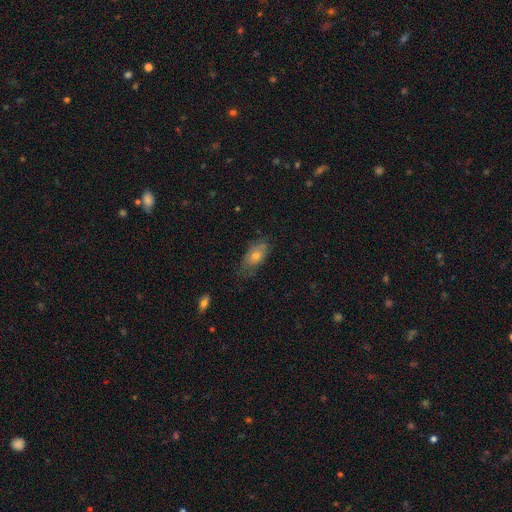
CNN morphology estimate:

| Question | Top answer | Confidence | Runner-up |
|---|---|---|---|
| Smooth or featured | smooth | 56% | featured or disk (33%) |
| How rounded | in between | 84% | cigar-shaped (9%) |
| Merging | none | 64% | minor disturbance (26%) |